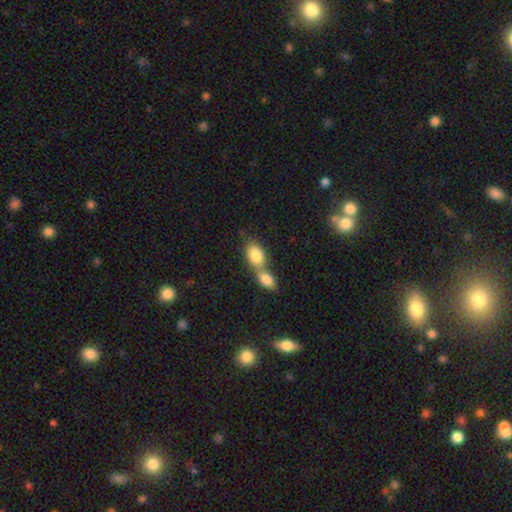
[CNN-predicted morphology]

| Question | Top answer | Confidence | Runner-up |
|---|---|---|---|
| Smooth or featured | smooth | 81% | featured or disk (12%) |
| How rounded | in between | 85% | round (12%) |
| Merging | merger | 71% | none (20%) |